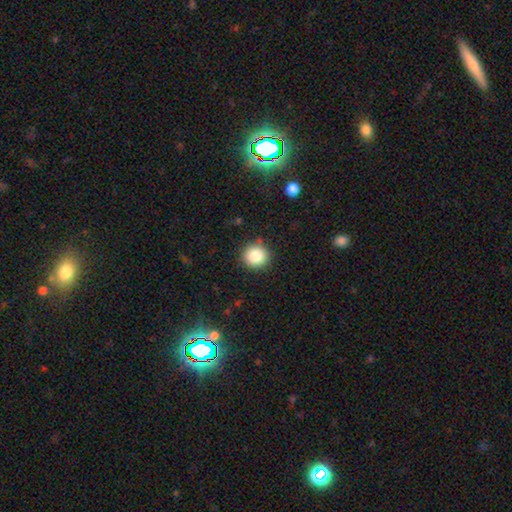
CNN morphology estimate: A smooth galaxy with no disk features (85%) that is round (91%). Merging: none (90%).